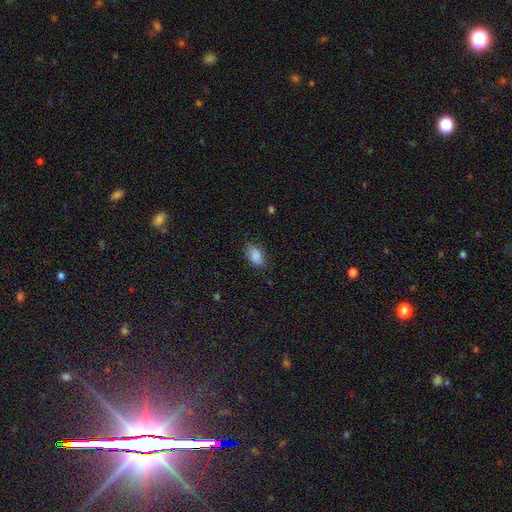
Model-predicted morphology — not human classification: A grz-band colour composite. It shows a smooth galaxy with no disk features (85%) that is in between round and cigar-shaped (90%). Merging: none (73%).